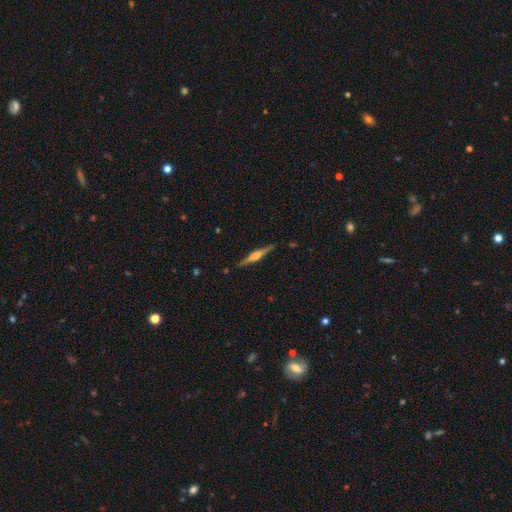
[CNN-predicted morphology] This appears to be a featured or disk galaxy (74%) viewed edge-on (98%) with a rounded central bulge (72%). Merging: none (89%).